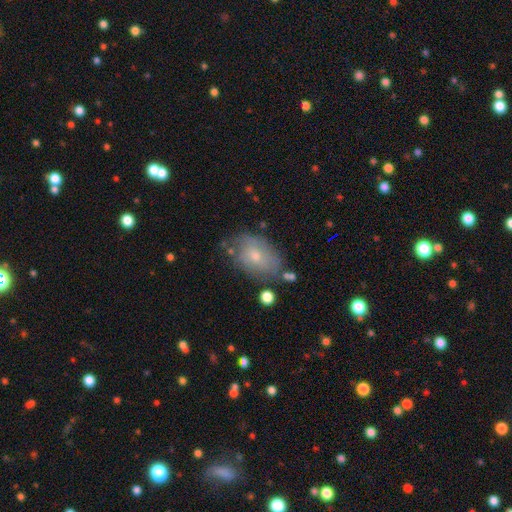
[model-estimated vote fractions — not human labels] The model was most divided on "smooth or featured": smooth: 57%, featured or disk: 34%, star or artifact: 9%. More confident: how rounded — in between (85%); merging — none (63%).